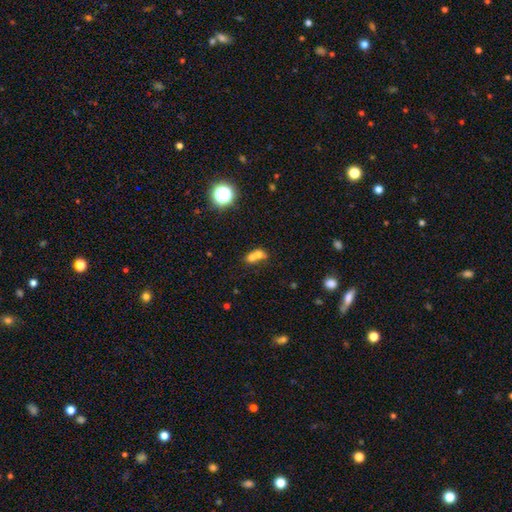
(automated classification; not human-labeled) The model was most divided on "how rounded": round: 55%, in between: 42%, cigar-shaped: 2%. More confident: merging — merger (70%); smooth or featured — smooth (65%).